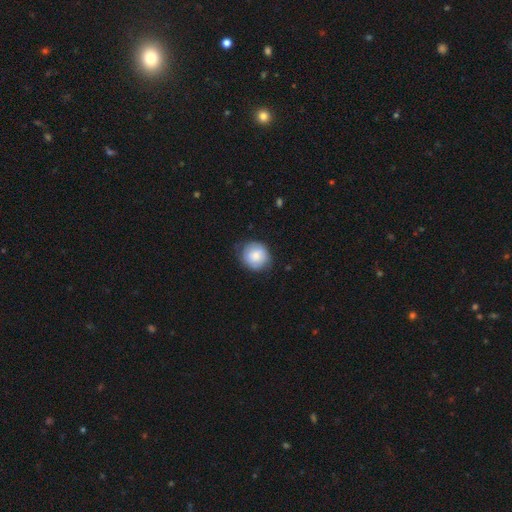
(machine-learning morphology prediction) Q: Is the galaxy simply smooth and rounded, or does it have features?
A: smooth — 71%.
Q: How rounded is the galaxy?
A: round — 87%.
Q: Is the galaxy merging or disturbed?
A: none — 73%.